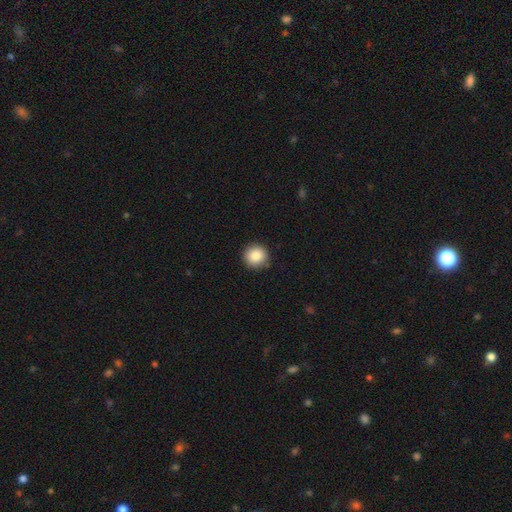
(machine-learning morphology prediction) smooth-or-featured: smooth: 87% | star or artifact: 8% | featured or disk: 4%
  how-rounded: round: 94% | in between: 5% | cigar-shaped: 1%
  merging: none: 89% | minor disturbance: 8% | major disturbance: 2% | merger: 1%